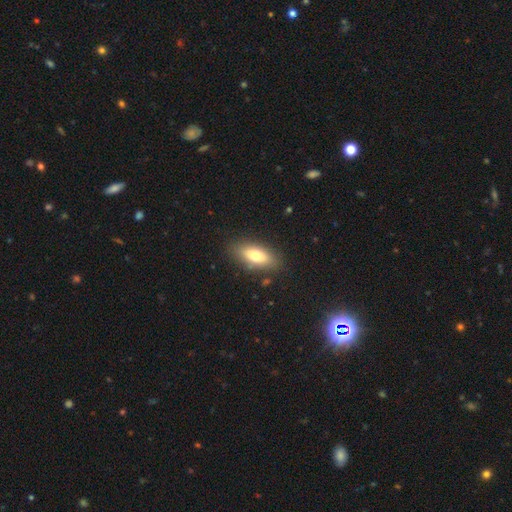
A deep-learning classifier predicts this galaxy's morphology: Smooth or featured?
  - smooth: 71% *
  - featured or disk: 21%
  - star or artifact: 8%
How rounded?
  - in between: 81% *
  - cigar-shaped: 15%
  - round: 4%
Merging?
  - none: 85% *
  - minor disturbance: 10%
  - major disturbance: 3%
  - merger: 2%